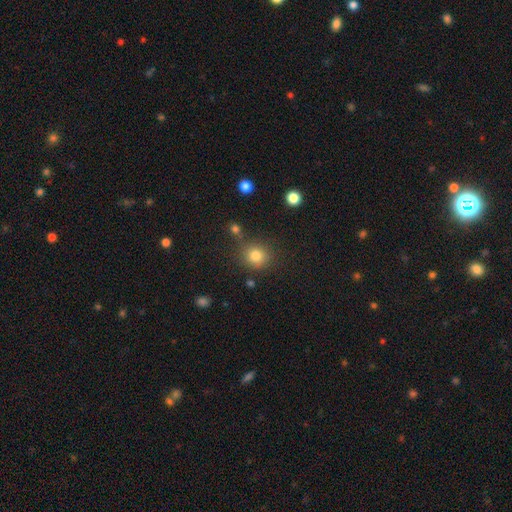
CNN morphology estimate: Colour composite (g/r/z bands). It shows a smooth galaxy with no disk features (81%) that is round (88%). Merging: none (77%).